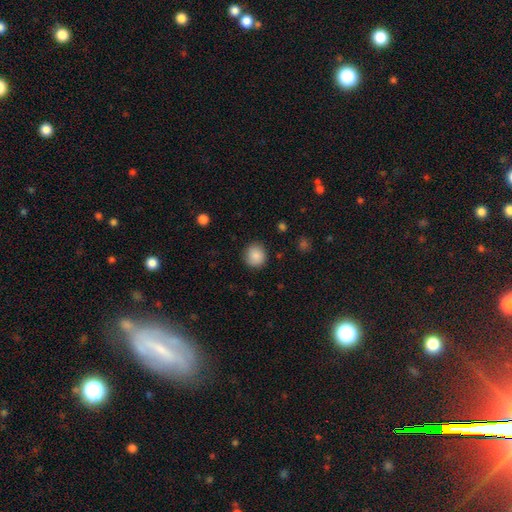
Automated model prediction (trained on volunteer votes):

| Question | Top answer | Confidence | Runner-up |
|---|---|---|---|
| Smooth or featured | smooth | 87% | star or artifact (8%) |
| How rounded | round | 86% | in between (13%) |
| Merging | none | 88% | minor disturbance (9%) |